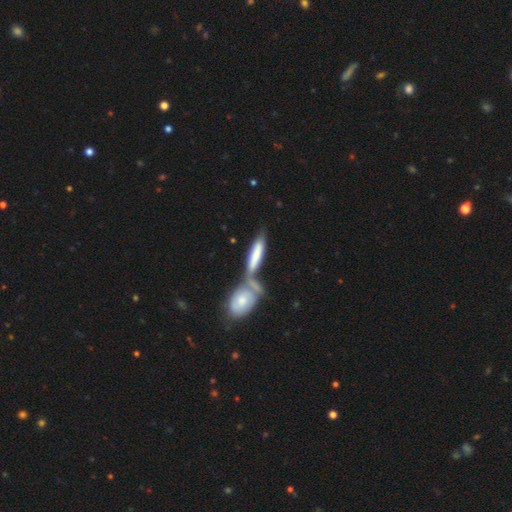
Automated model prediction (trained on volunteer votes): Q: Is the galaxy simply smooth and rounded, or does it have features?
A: smooth — 65%.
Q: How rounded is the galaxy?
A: cigar-shaped — 64%.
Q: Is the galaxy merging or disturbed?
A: merger — 55%.